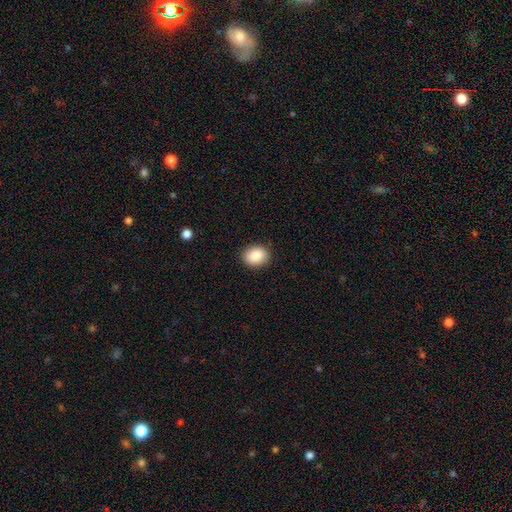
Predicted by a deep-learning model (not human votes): smooth-or-featured: smooth: 89% | star or artifact: 8% | featured or disk: 4%
  how-rounded: in between: 55% | round: 44% | cigar-shaped: 1%
  merging: none: 90% | minor disturbance: 7% | major disturbance: 2% | merger: 1%